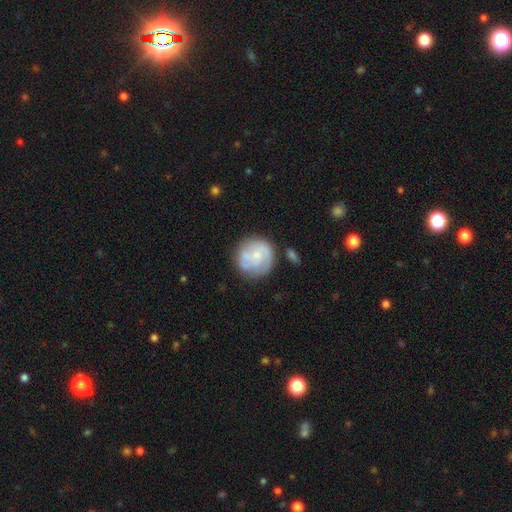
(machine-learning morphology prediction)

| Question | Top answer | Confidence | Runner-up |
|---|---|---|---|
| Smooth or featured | featured or disk | 55% | smooth (39%) |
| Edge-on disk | no | 98% | yes (2%) |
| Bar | no | 74% | weak (23%) |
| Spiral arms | yes | 70% | no (30%) |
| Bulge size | small | 64% | moderate (27%) |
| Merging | none | 68% | minor disturbance (19%) |